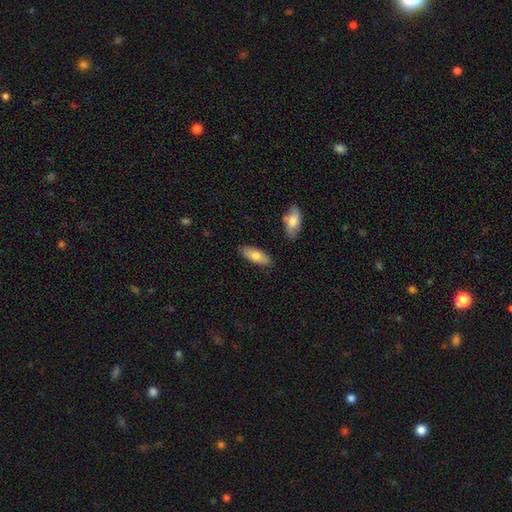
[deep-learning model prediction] A smooth galaxy with no disk features (77%) that is in between round and cigar-shaped (76%).

Vote fractions:
- Smooth or featured? smooth: 77% / featured or disk: 18% / star or artifact: 6%
- How rounded? in between: 76% / cigar-shaped: 22% / round: 2%
- Merging? none: 84% / minor disturbance: 11% / merger: 3% / major disturbance: 2%